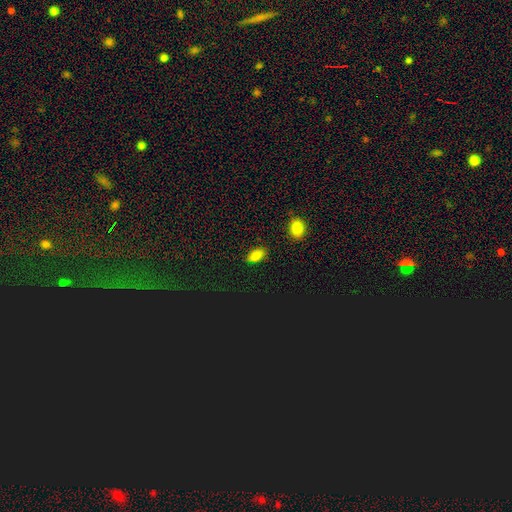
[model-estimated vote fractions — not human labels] Overall: smooth (79%). How rounded: in between (89%). Merging: none (82%).